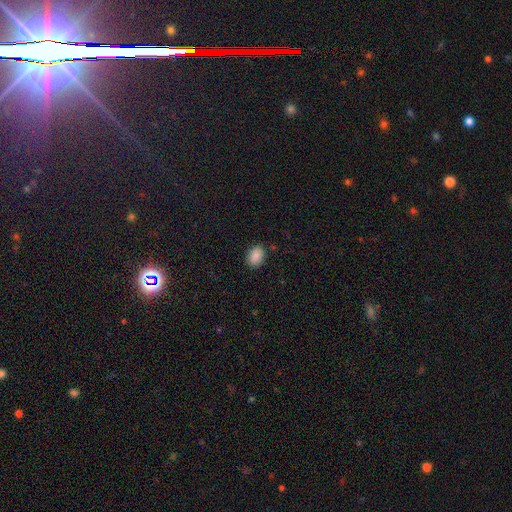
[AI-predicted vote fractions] This is clearly a smooth galaxy (89%). How rounded: likely in between (75%). Merging: clearly none (87%).